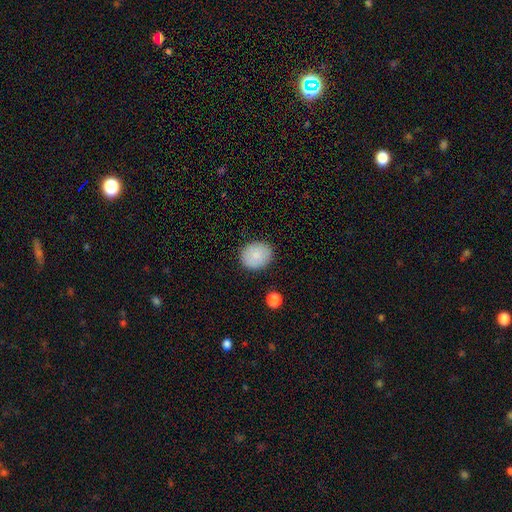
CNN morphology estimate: A smooth galaxy with no disk features (85%) that is round (64%). Merging: none (87%).